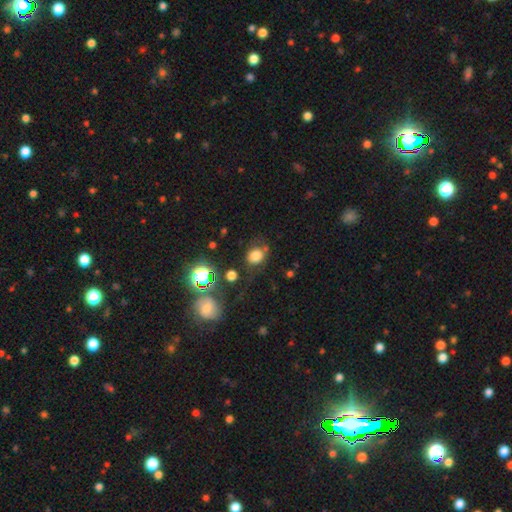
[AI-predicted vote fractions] Morphology: type=smooth (73%); roundness=round (61%); merging=none (64%).